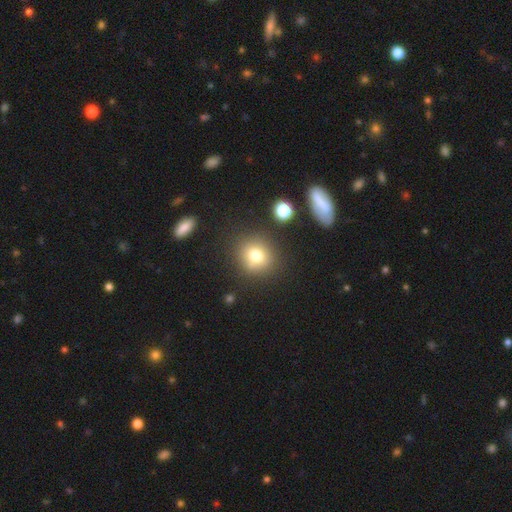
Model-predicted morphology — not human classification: Smooth or featured?
  - smooth: 77% *
  - star or artifact: 13%
  - featured or disk: 10%
How rounded?
  - round: 84% *
  - in between: 15%
  - cigar-shaped: 1%
Merging?
  - none: 79% *
  - minor disturbance: 11%
  - merger: 6%
  - major disturbance: 4%